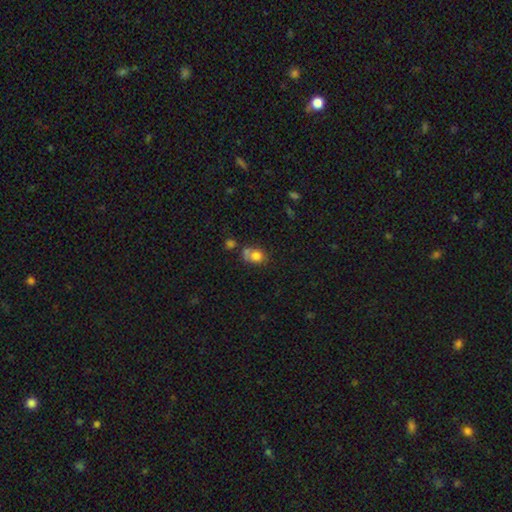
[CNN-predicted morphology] Smooth or featured: smooth — 77% (featured or disk — 12%)
How rounded: round — 59% (in between — 40%)
Merging: none — 41% (merger — 32%)